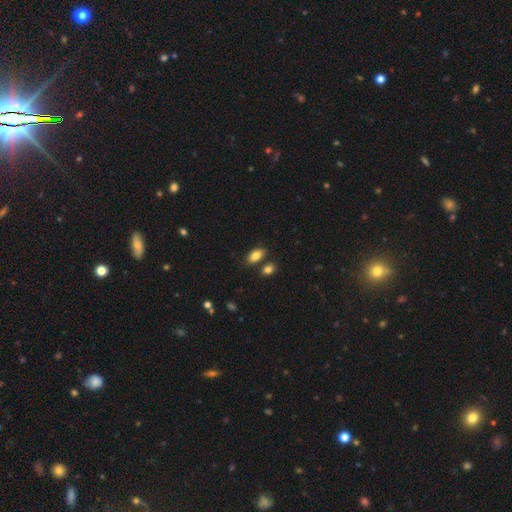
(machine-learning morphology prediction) A smooth galaxy with no disk features (84%) that is in between round and cigar-shaped (91%). Merging: none (74%).